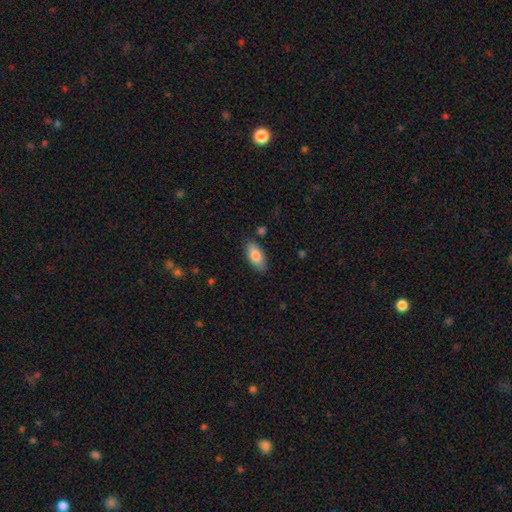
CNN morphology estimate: type=smooth (81%); roundness=in between (90%); merging=none (84%).